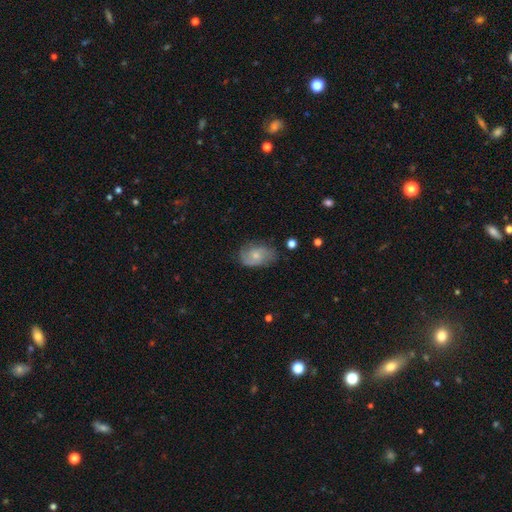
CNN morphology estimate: smooth_or_featured: featured or disk (p=0.48) [alt: smooth p=0.44]
merging: none (p=0.61) [alt: minor disturbance p=0.27]